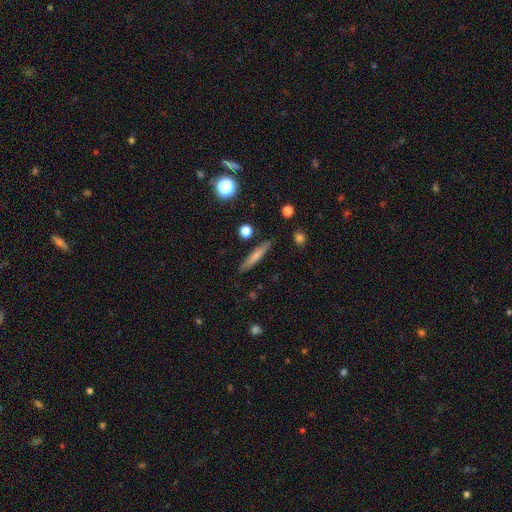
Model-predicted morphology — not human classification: A smooth galaxy with no disk features (66%) that is cigar-shaped (91%). Merging: none (86%).